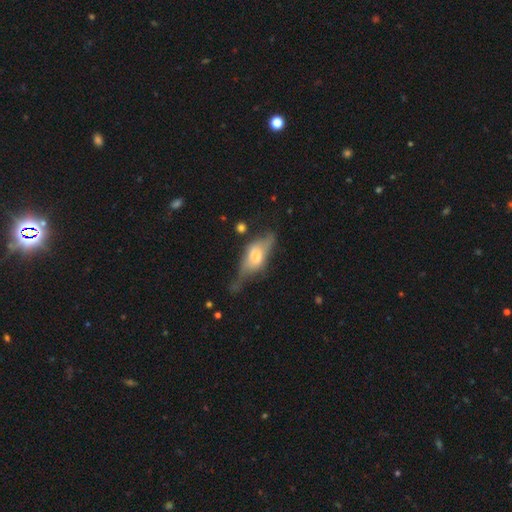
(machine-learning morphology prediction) Smooth or featured: featured or disk — 50% (smooth — 43%)
Merging: none — 35% (minor disturbance — 31%)